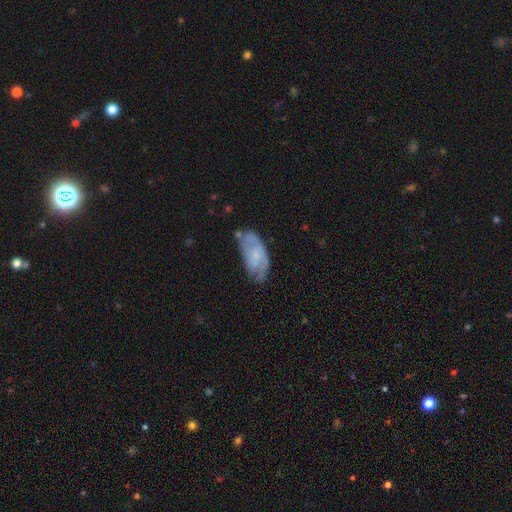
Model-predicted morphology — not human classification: This appears to be a featured or disk galaxy (54%) with no bar (72%), spiral arms (72%) and a small central bulge (54%). Merging: none (56%).